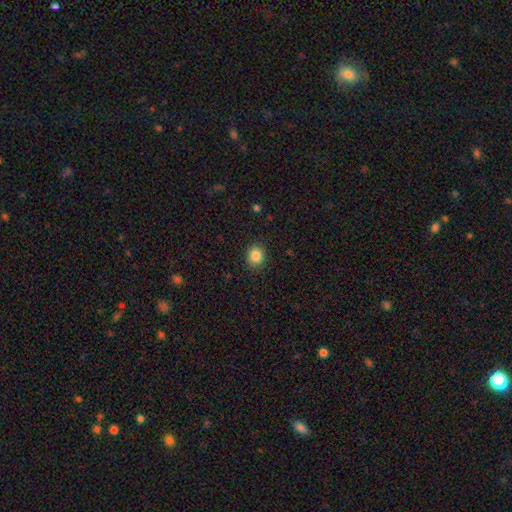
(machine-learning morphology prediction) Smooth or featured: smooth — 86% (star or artifact — 10%)
How rounded: round — 78% (in between — 21%)
Merging: none — 90% (minor disturbance — 7%)